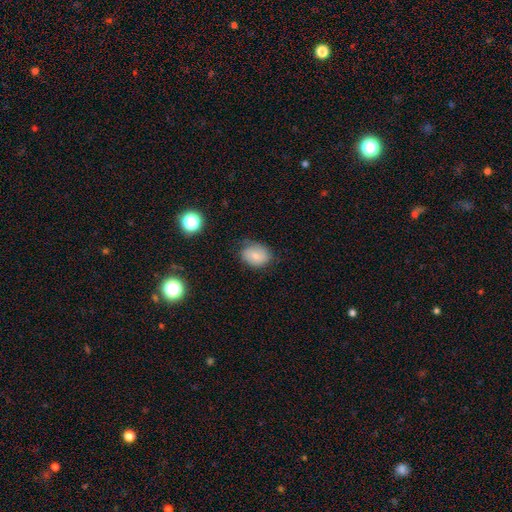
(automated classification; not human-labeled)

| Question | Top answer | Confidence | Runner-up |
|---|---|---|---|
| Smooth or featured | smooth | 73% | featured or disk (18%) |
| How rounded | in between | 61% | round (38%) |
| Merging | none | 66% | minor disturbance (26%) |